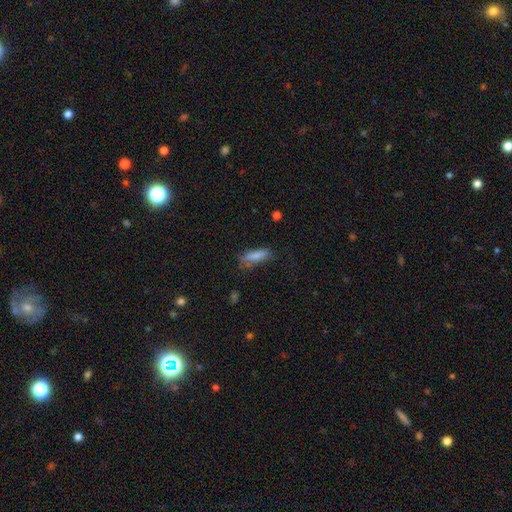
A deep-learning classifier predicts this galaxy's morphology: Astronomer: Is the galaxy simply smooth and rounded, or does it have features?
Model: smooth — 77%.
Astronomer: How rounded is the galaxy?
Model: cigar-shaped — 49%, tied with in between at 49%.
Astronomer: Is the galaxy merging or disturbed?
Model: none — 59%.